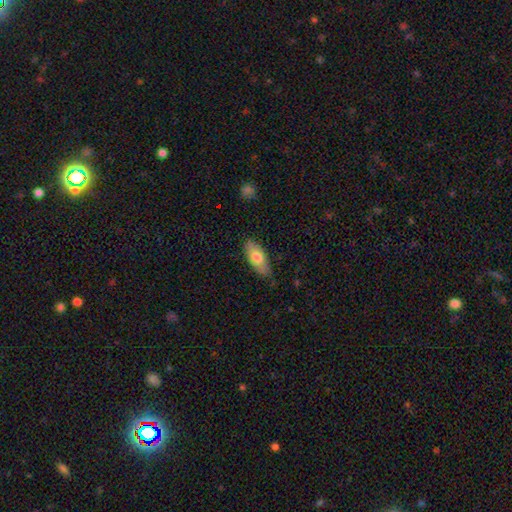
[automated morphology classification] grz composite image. It shows a smooth galaxy with no disk features (76%) that is in between round and cigar-shaped (82%). Merging: none (79%).